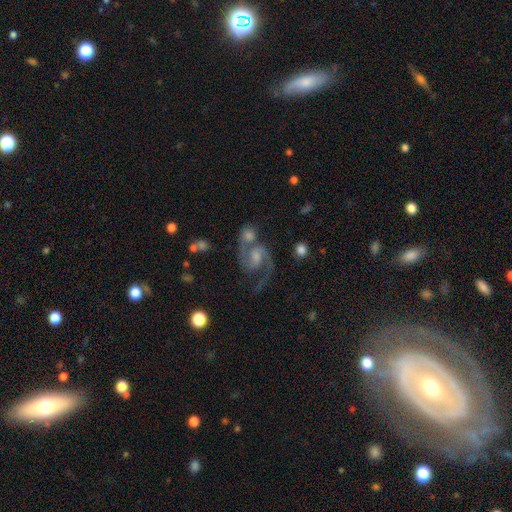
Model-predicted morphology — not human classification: This is clearly a featured or disk galaxy (89%). It is clearly not viewed edge-on (98%). Bar: possibly weak (48%). Spiral arm pattern: clearly yes (98%). Spiral arm count: clearly 2 (92%). Spiral winding: likely medium (61%). Central bulge: marginally small (43%). Merging: possibly none (53%).